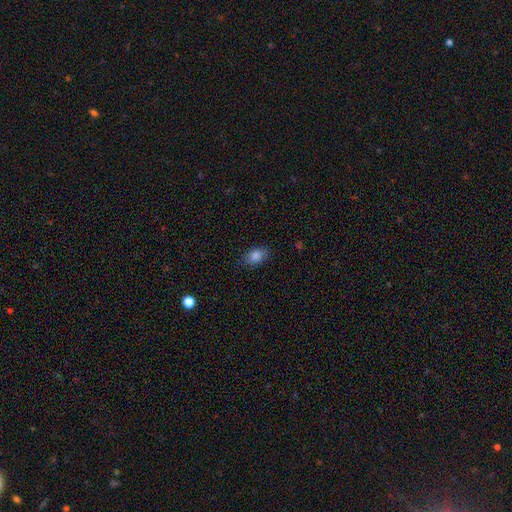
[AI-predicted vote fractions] smooth 83%, star or artifact 9%, featured or disk 7%. Down the decision tree: how rounded — in between (81%); merging — none (81%).